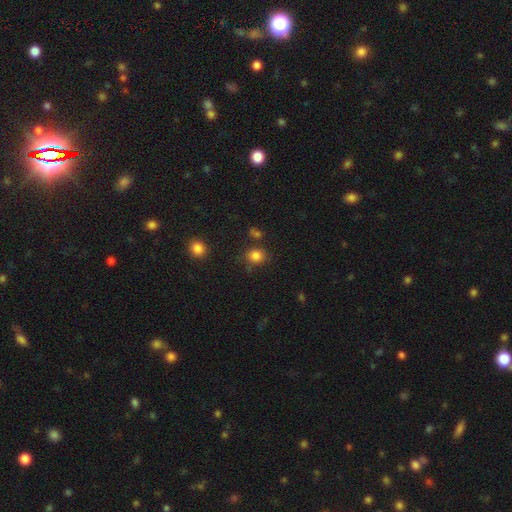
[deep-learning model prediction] Q: Smooth or featured?
A: smooth (83%); runner-up: star or artifact (12%)
Q: How rounded?
A: round (73%); runner-up: in between (26%)
Q: Merging?
A: none (77%); runner-up: minor disturbance (13%)